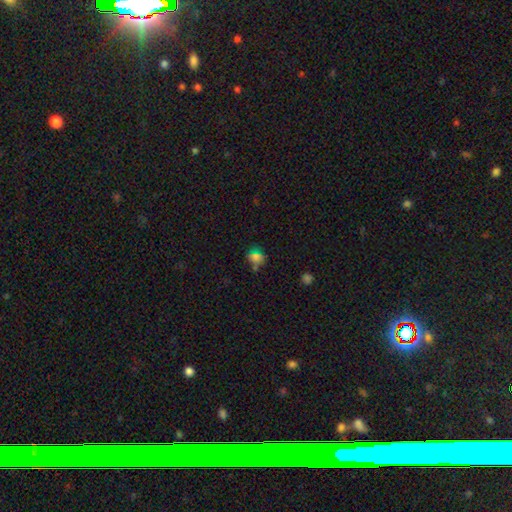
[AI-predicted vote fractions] Smooth or featured: smooth — 68% (star or artifact — 22%)
How rounded: round — 49% (in between — 48%)
Merging: none — 65% (minor disturbance — 19%)